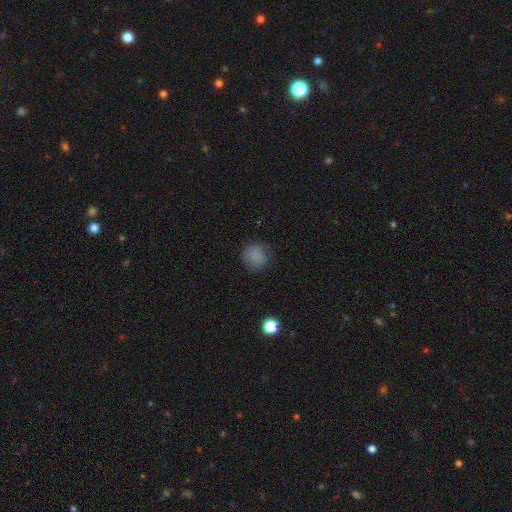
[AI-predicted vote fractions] A smooth galaxy with no disk features (83%) that is round (87%).

Vote fractions:
- Smooth or featured? smooth: 83% / star or artifact: 12% / featured or disk: 6%
- How rounded? round: 87% / in between: 12% / cigar-shaped: 1%
- Merging? none: 81% / minor disturbance: 14% / major disturbance: 4% / merger: 1%